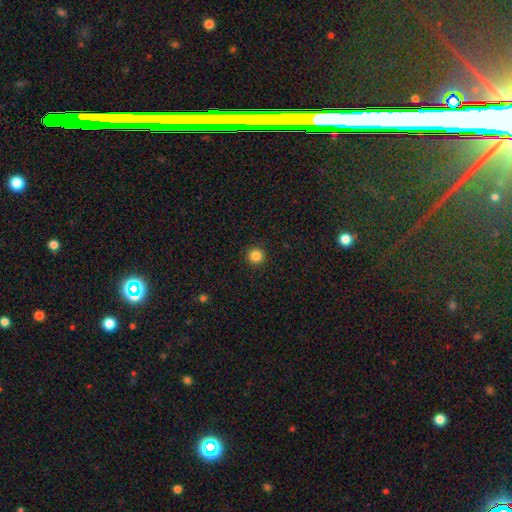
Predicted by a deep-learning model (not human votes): Smooth or featured? smooth (85%)
How rounded? round (96%)
Merging? none (93%)